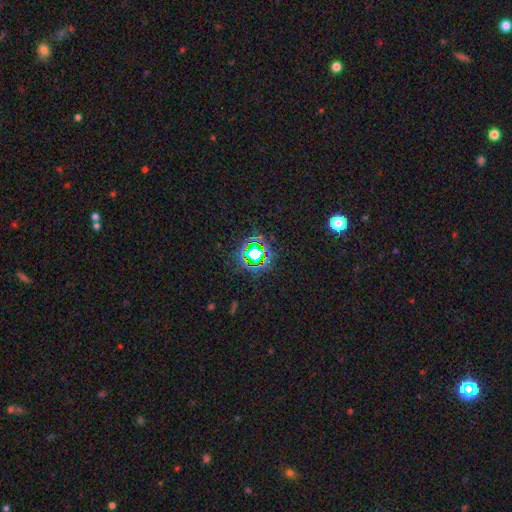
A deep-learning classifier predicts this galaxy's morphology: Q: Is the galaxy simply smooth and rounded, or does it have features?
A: star or artifact — 72%.